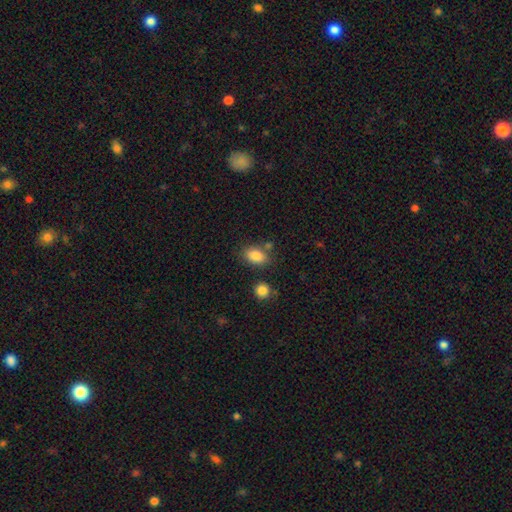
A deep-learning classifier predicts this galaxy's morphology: This is clearly a smooth galaxy (85%). How rounded: clearly in between (85%). Merging: likely none (73%).